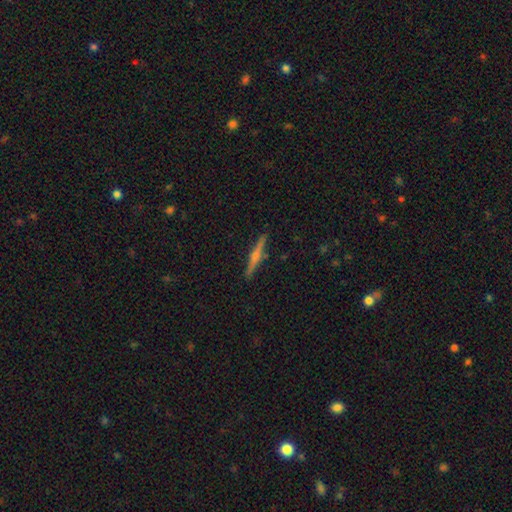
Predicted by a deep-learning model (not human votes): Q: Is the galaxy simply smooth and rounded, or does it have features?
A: featured or disk — 65%.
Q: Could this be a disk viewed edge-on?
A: yes — 98%.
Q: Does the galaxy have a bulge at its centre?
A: rounded — 77%.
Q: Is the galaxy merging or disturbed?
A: none — 90%.